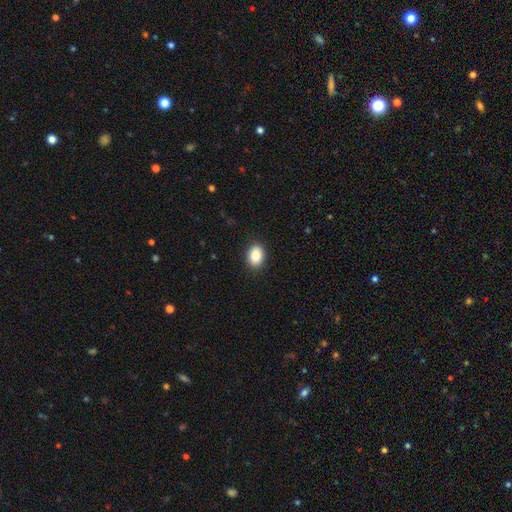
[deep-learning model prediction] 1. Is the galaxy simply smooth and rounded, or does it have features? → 87% smooth, 8% star or artifact, 4% featured or disk.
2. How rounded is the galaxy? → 77% in between, 22% round, 1% cigar-shaped.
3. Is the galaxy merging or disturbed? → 90% none, 8% minor disturbance, 2% major disturbance, 1% merger.